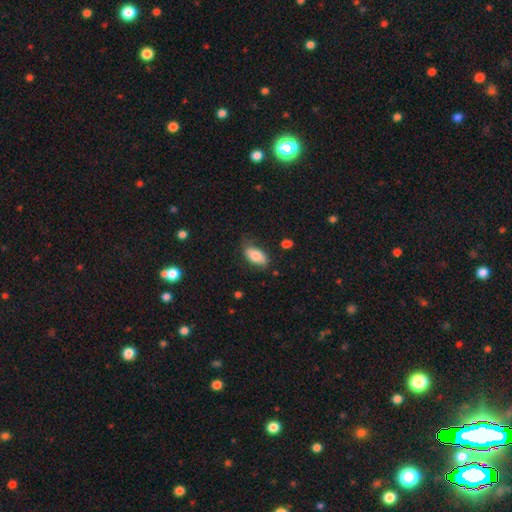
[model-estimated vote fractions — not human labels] The model was most divided on "merging": none: 68%, minor disturbance: 24%, major disturbance: 6%, merger: 2%. More confident: how rounded — in between (91%); smooth or featured — smooth (77%).